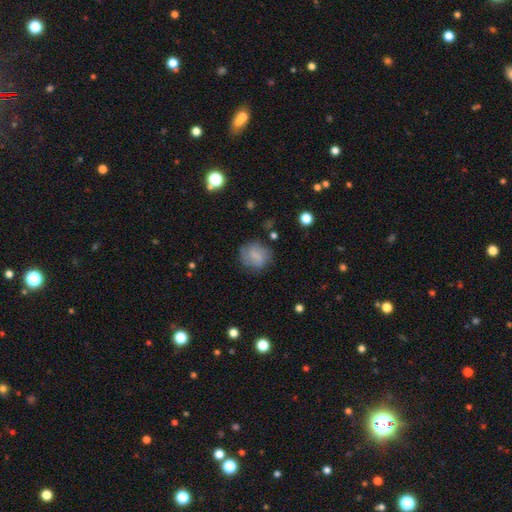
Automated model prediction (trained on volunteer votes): Overall: smooth (71%). How rounded: round (79%). Merging: none (72%).